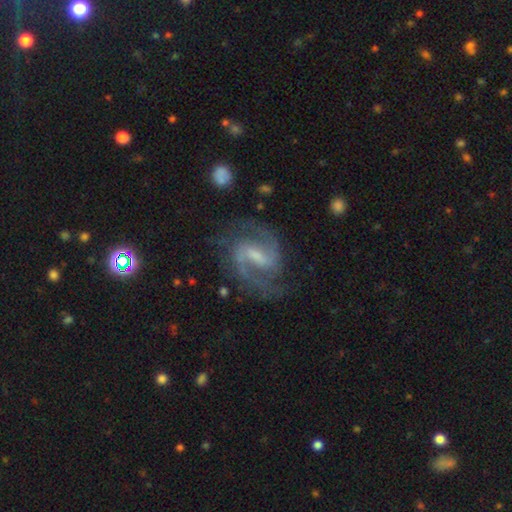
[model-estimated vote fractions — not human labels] smooth-or-featured: featured or disk: 91% | star or artifact: 5% | smooth: 4%
  disk-edge-on: no: 98% | yes: 2%
    bar: weak: 49% | strong: 40% | no: 11%
    has-spiral-arms: yes: 98% | no: 2%
      spiral-winding: medium: 62% | tight: 21% | loose: 16%
      spiral-arm-count: 2: 91% | 3: 3% | can't tell: 2% | 1: 1% | 4: 1% | more than 4: 1%
    bulge-size: small: 41% | moderate: 33% | none: 20% | large: 5% | dominant: 1%
  merging: none: 76% | minor disturbance: 15% | major disturbance: 8% | merger: 2%